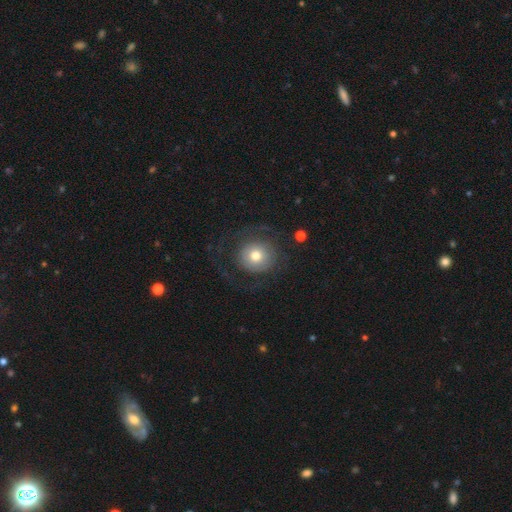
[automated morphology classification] smooth_or_featured: smooth (p=0.59) [alt: featured or disk p=0.32]
how_rounded: round (p=0.91) [alt: in between p=0.08]
merging: none (p=0.65) [alt: major disturbance p=0.20]